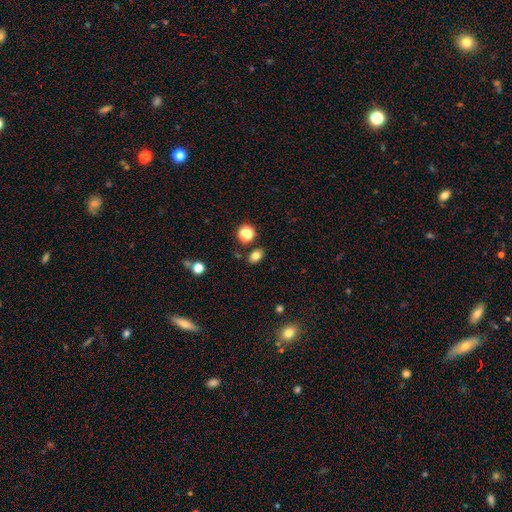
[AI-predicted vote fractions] Smooth or featured?
  - smooth: 79% *
  - star or artifact: 13%
  - featured or disk: 8%
How rounded?
  - in between: 71% *
  - round: 28%
  - cigar-shaped: 1%
Merging?
  - none: 83% *
  - minor disturbance: 10%
  - merger: 5%
  - major disturbance: 3%